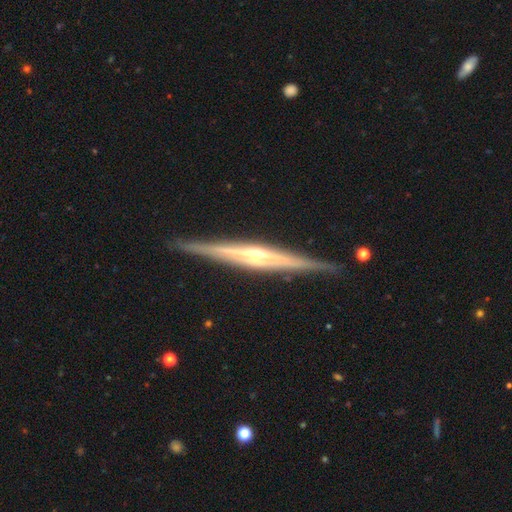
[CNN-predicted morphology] Smooth or featured: featured or disk — 86% (smooth — 9%)
Edge-on disk: yes — 98% (no — 2%)
Edge-on bulge: rounded — 81% (boxy — 10%)
Merging: none — 90% (minor disturbance — 8%)